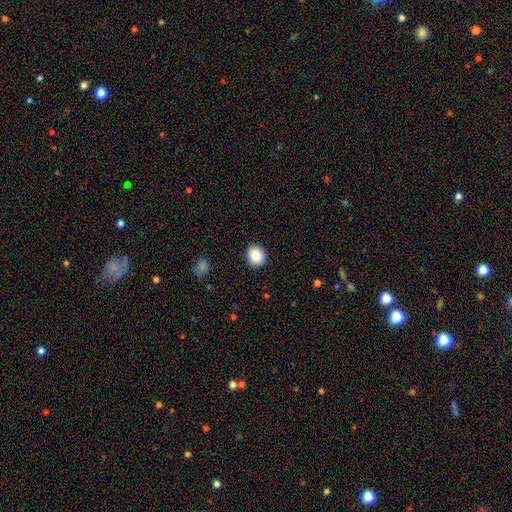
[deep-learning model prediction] Smooth or featured?
  - smooth: 88% *
  - star or artifact: 8%
  - featured or disk: 3%
How rounded?
  - round: 72% *
  - in between: 27%
  - cigar-shaped: 1%
Merging?
  - none: 90% *
  - minor disturbance: 7%
  - major disturbance: 2%
  - merger: 1%